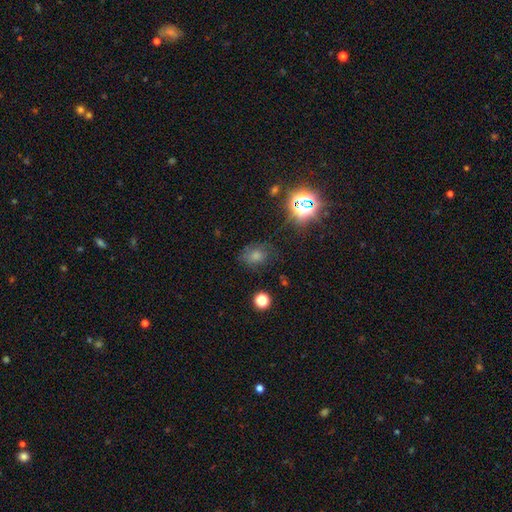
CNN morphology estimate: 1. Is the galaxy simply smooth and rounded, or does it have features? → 67% smooth, 23% star or artifact, 9% featured or disk.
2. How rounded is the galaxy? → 55% in between, 44% round, 1% cigar-shaped.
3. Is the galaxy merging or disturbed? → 67% none, 21% minor disturbance, 9% major disturbance, 3% merger.